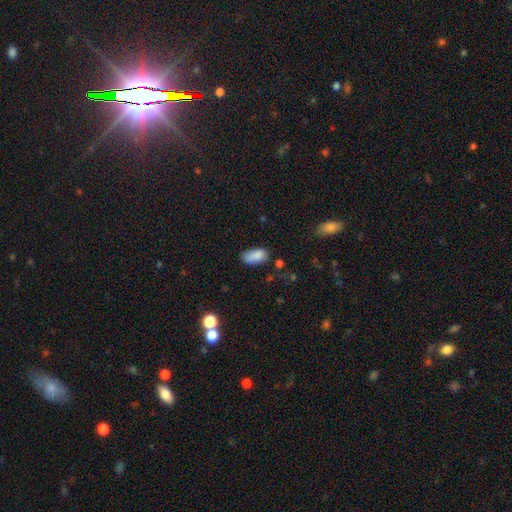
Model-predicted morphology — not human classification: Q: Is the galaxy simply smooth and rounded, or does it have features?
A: smooth — 87%.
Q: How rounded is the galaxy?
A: in between — 93%.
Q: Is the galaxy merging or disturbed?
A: none — 69%.